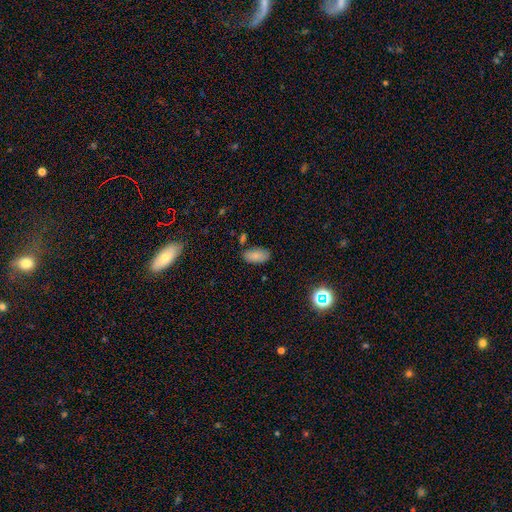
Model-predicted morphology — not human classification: smooth-or-featured: smooth: 81% | star or artifact: 10% | featured or disk: 9%
  how-rounded: in between: 93% | cigar-shaped: 3% | round: 3%
  merging: none: 75% | minor disturbance: 16% | merger: 6% | major disturbance: 4%